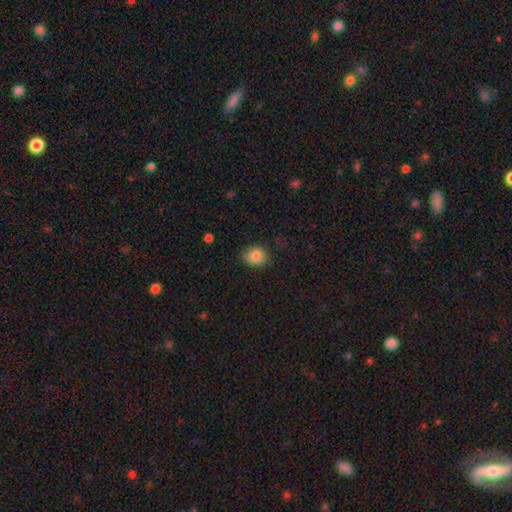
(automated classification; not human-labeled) smooth 85%, star or artifact 9%, featured or disk 5%. Down the decision tree: how rounded — round (67%); merging — none (78%).